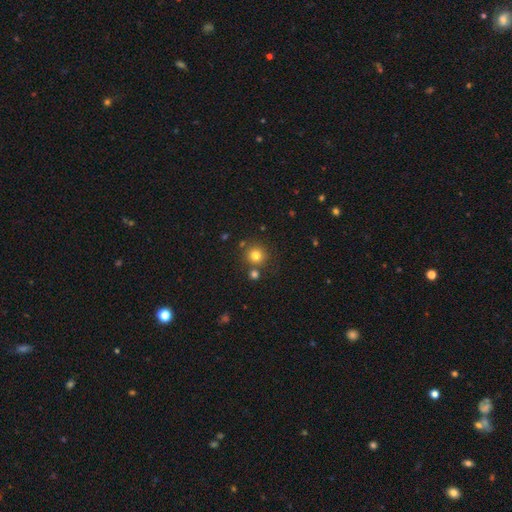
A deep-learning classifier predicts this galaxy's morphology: This is likely a smooth galaxy (78%). How rounded: clearly round (93%). Merging: likely none (77%).